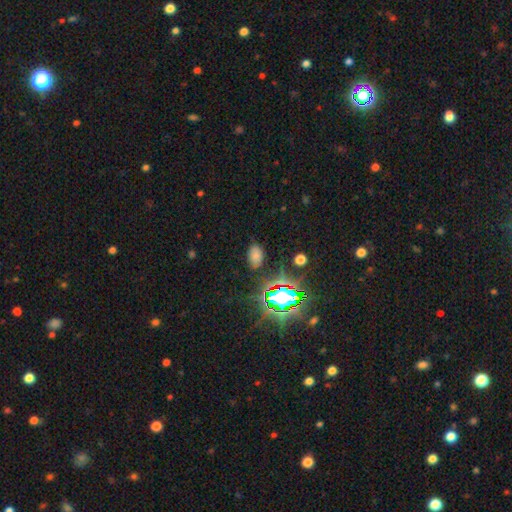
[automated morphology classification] Smooth or featured? Predicted: smooth (p=0.62). How rounded? Predicted: in between (p=0.90). Merging? Predicted: none (p=0.79).